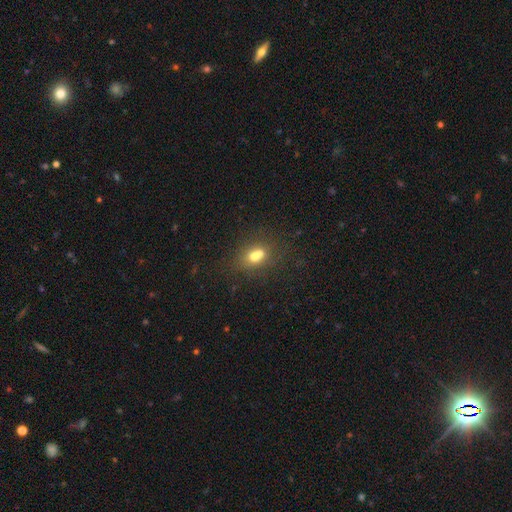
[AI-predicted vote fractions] Smooth or featured? smooth (66%)
How rounded? in between (58%)
Merging? merger (45%)